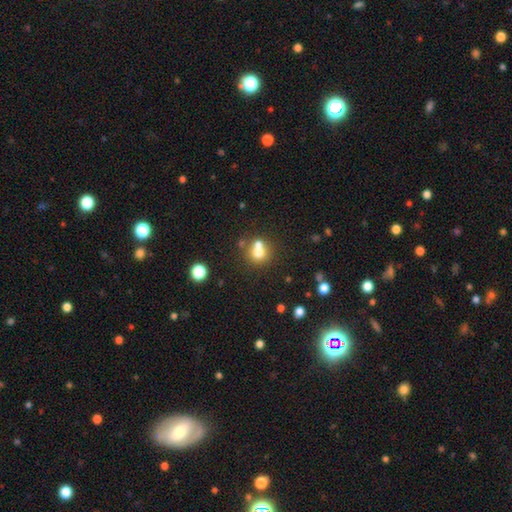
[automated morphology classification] This appears to be a smooth galaxy with no disk features (60%) that is round (84%). Merging: none (54%).